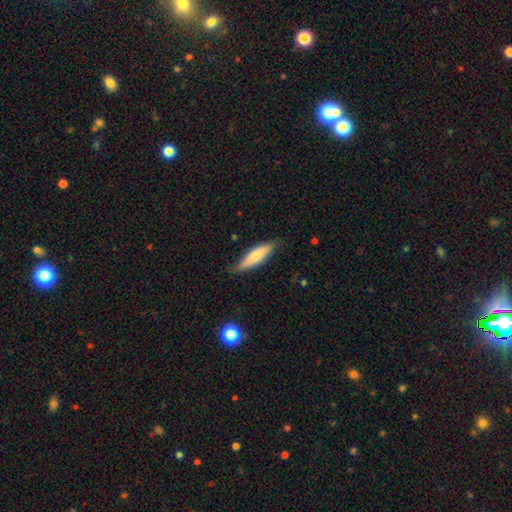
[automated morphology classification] This appears to be a smooth galaxy with no disk features (71%) that is cigar-shaped (55%). Merging: none (74%).